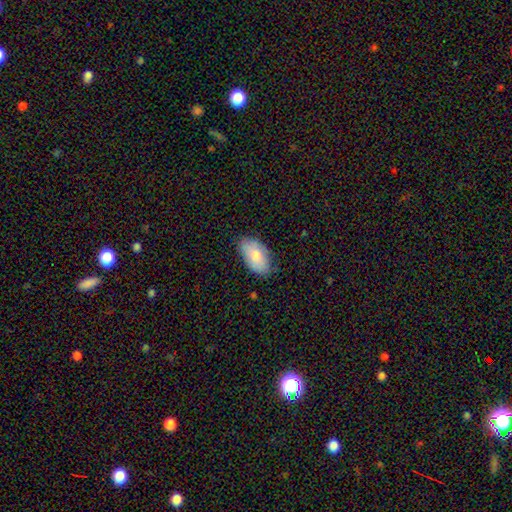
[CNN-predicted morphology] Smooth or featured?
  - smooth: 76% *
  - featured or disk: 18%
  - star or artifact: 6%
How rounded?
  - in between: 95% *
  - round: 4%
  - cigar-shaped: 2%
Merging?
  - none: 74% *
  - minor disturbance: 21%
  - major disturbance: 4%
  - merger: 1%